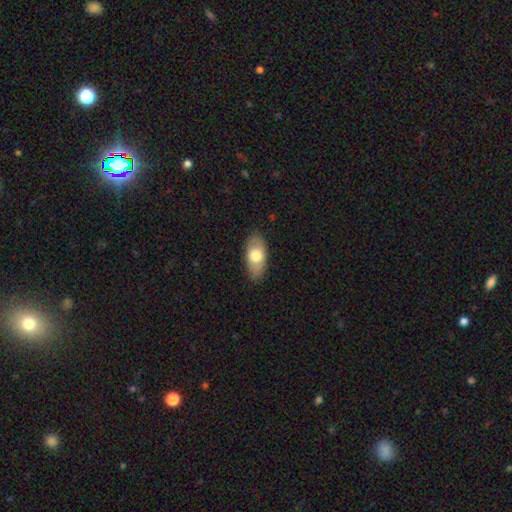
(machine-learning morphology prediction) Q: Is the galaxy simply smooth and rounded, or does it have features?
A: smooth — 69%.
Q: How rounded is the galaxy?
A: in between — 91%.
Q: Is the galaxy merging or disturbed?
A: none — 83%.